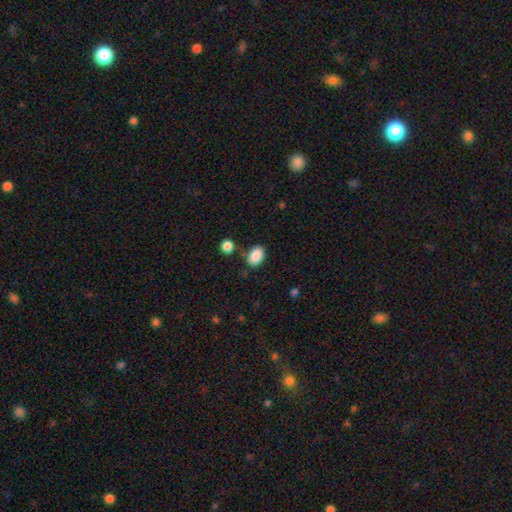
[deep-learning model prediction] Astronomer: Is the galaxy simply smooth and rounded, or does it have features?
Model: smooth — 88%.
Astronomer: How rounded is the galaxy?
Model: in between — 83%.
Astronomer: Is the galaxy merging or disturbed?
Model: none — 77%.